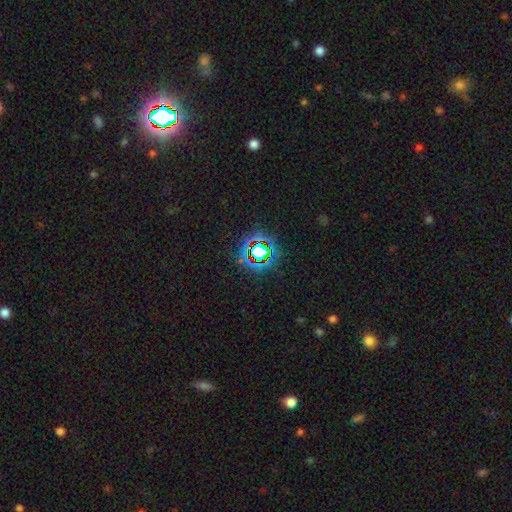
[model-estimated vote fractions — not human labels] smooth-or-featured: star or artifact: 76% | smooth: 15% | featured or disk: 9%